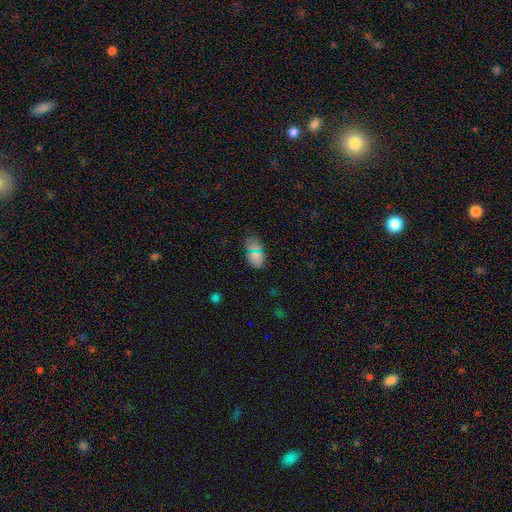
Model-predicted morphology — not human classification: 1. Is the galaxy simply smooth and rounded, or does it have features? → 72% smooth, 20% star or artifact, 7% featured or disk.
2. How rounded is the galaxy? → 92% in between, 6% round, 2% cigar-shaped.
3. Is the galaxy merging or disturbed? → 84% none, 11% minor disturbance, 3% major disturbance, 2% merger.